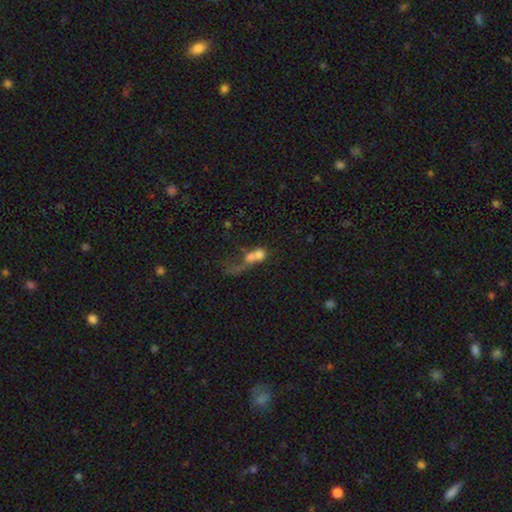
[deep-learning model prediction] A smooth galaxy with no disk features (60%) that is round (57%).

Vote fractions:
- Smooth or featured? smooth: 60% / featured or disk: 27% / star or artifact: 13%
- How rounded? round: 57% / in between: 36% / cigar-shaped: 7%
- Merging? merger: 65% / major disturbance: 17% / none: 13% / minor disturbance: 6%